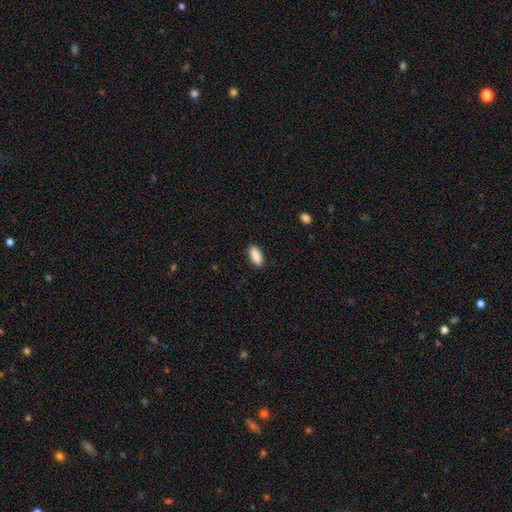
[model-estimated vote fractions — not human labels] Smooth or featured?
  - smooth: 90% *
  - star or artifact: 7%
  - featured or disk: 4%
How rounded?
  - in between: 77% *
  - cigar-shaped: 21%
  - round: 2%
Merging?
  - none: 88% *
  - minor disturbance: 9%
  - major disturbance: 2%
  - merger: 1%